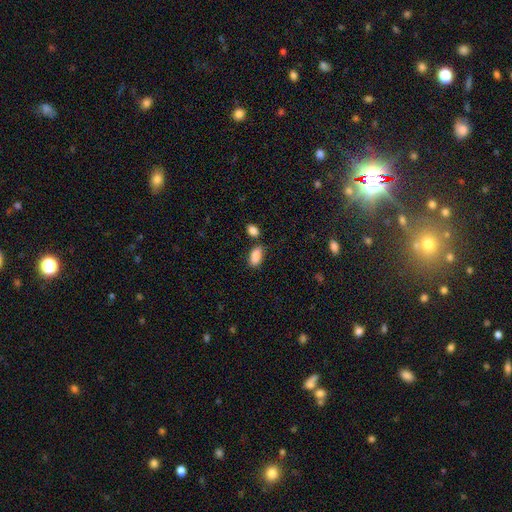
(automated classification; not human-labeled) Smooth or featured? smooth (87%)
How rounded? in between (89%)
Merging? none (68%)